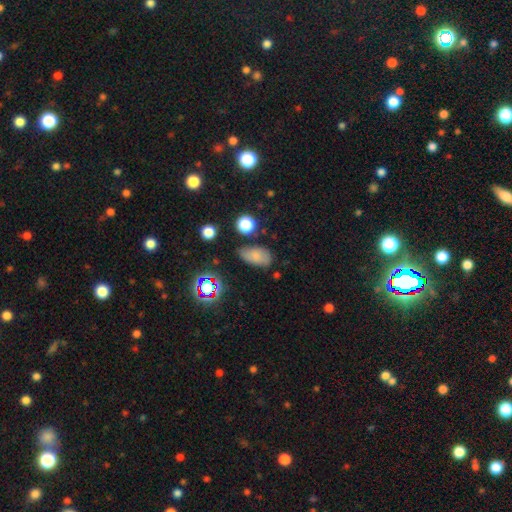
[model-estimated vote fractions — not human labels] smooth 72%, star or artifact 15%, featured or disk 13%. Down the decision tree: how rounded — in between (89%); merging — none (57%).